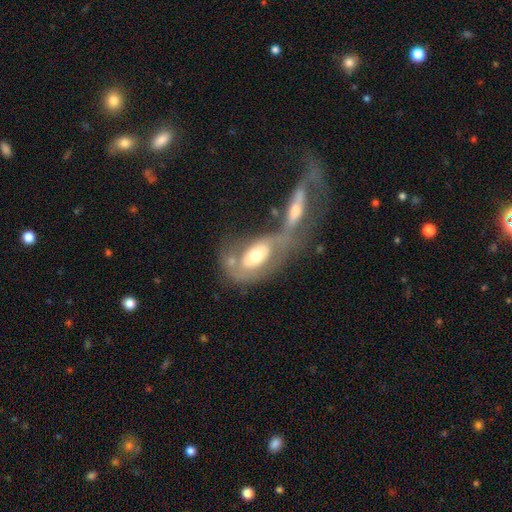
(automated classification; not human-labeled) A featured or disk galaxy (61%) with no bar (67%), no spiral arms (50%, tied with yes) and a moderate central bulge (66%). Merging: merger (66%).